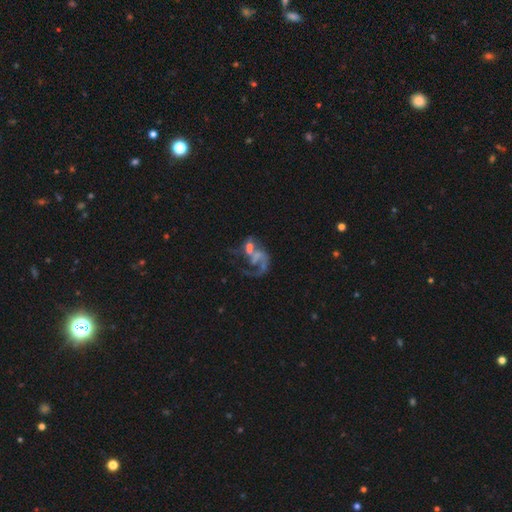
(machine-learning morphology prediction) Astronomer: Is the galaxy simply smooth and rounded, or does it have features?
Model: featured or disk — 72%.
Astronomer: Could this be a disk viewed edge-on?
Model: no — 98%.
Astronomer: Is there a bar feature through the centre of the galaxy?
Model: no — 65%.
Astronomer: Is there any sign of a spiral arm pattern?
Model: yes — 72%.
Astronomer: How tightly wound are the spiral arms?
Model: loose — 58%.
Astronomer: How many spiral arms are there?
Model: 1 — 69%.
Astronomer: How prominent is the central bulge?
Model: none — 40% (runner-up: small, 33%).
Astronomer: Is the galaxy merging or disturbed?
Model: merger — 38% (runner-up: major disturbance, 32%).